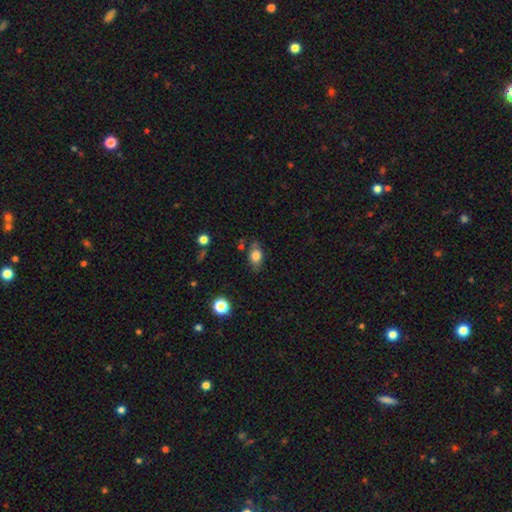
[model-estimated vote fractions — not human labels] This appears to be a smooth galaxy with no disk features (79%) that is in between round and cigar-shaped (81%). Merging: none (72%).